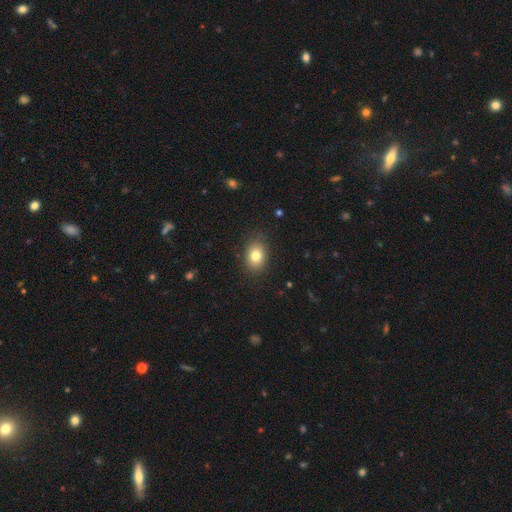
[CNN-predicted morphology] Smooth or featured? smooth (81%)
How rounded? in between (66%)
Merging? none (86%)